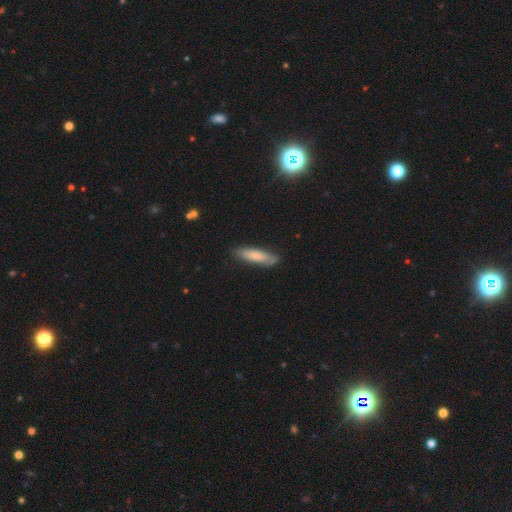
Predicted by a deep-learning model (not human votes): Smooth or featured? smooth (77%)
How rounded? cigar-shaped (71%)
Merging? none (79%)